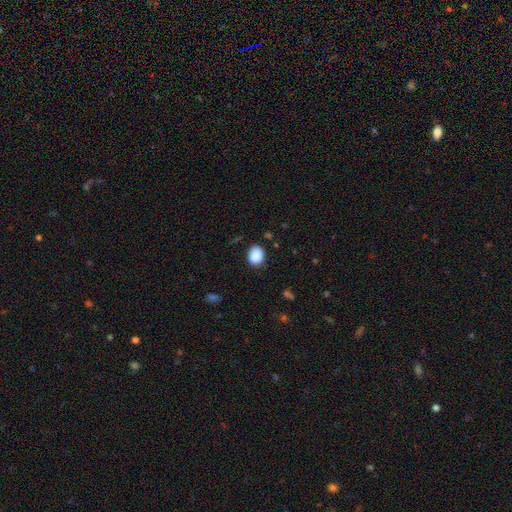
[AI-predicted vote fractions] This is clearly a smooth galaxy (89%). How rounded: possibly in between (58%). Merging: clearly none (81%).